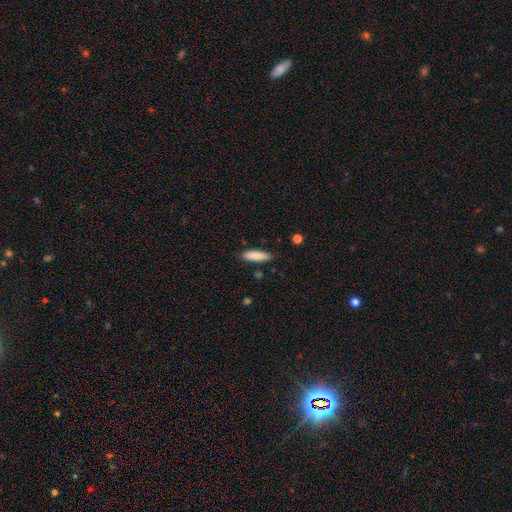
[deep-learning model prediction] smooth_or_featured: smooth (p=0.86) [alt: featured or disk p=0.08]
how_rounded: cigar-shaped (p=0.58) [alt: in between p=0.40]
merging: none (p=0.85) [alt: minor disturbance p=0.11]